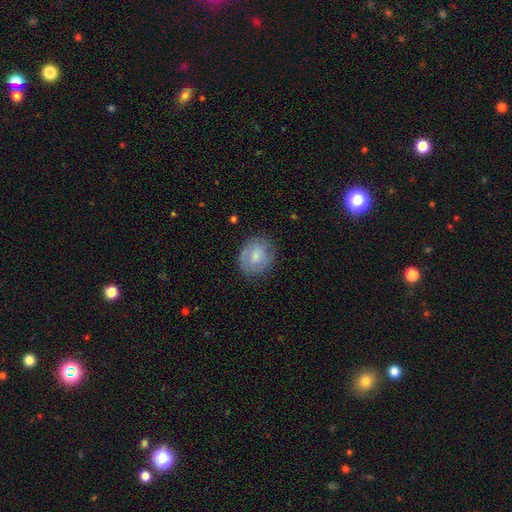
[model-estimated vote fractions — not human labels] The model was most divided on "smooth or featured": smooth: 58%, featured or disk: 35%, star or artifact: 7%. More confident: merging — none (76%); how rounded — round (70%).